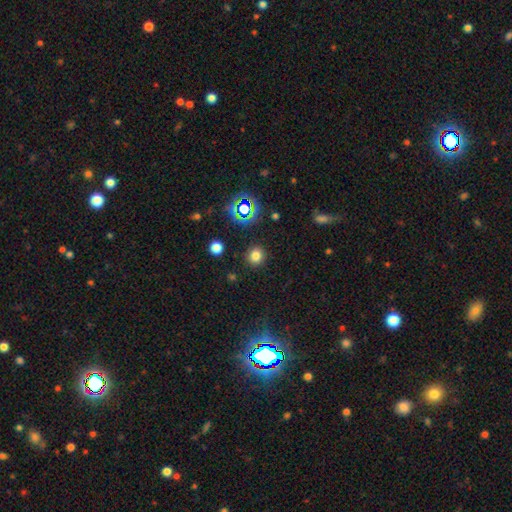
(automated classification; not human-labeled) Q: Smooth or featured?
A: smooth (75%); runner-up: star or artifact (19%)
Q: How rounded?
A: round (86%); runner-up: in between (13%)
Q: Merging?
A: none (89%); runner-up: minor disturbance (6%)